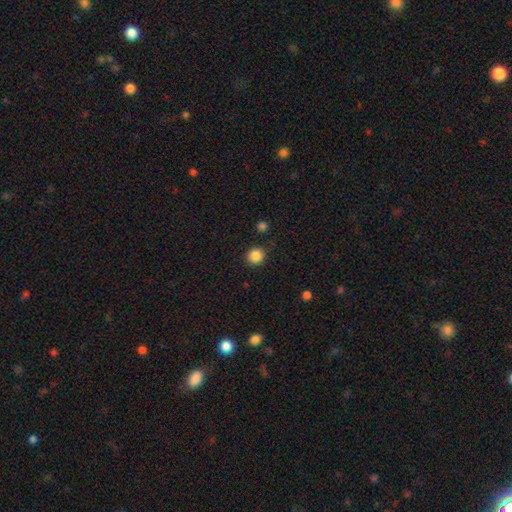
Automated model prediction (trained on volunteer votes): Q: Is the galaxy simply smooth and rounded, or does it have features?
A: smooth — 86%.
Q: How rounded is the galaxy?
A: round — 86%.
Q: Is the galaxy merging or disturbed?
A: none — 89%.